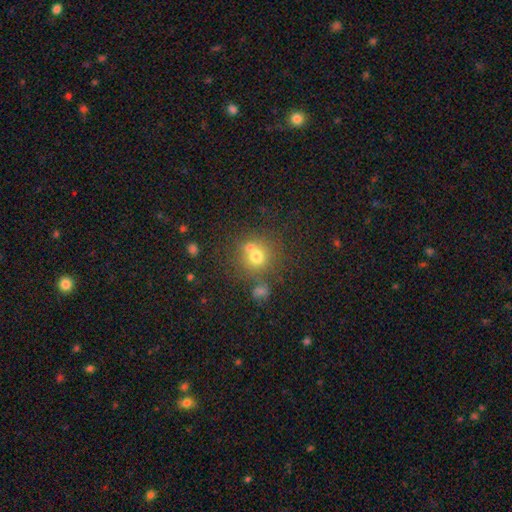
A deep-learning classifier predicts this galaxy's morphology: Smooth or featured? Predicted: smooth (p=0.69). How rounded? Predicted: round (p=0.88). Merging? Predicted: none (p=0.57).